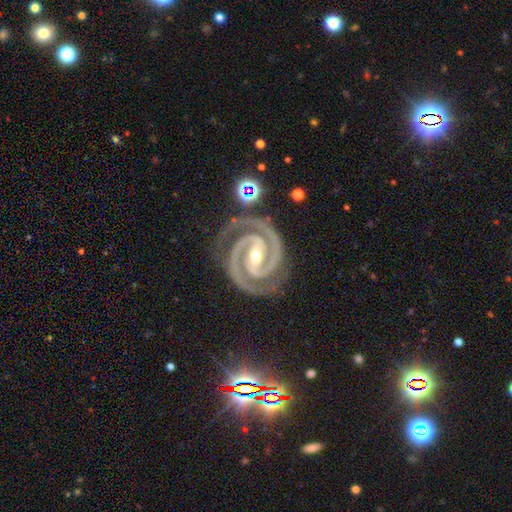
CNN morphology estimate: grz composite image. It shows a featured or disk galaxy (94%) with a strong bar (58%), 2 (93%) tight (76%) spiral arms (99%) and a small central bulge (51%). Merging: none (83%).